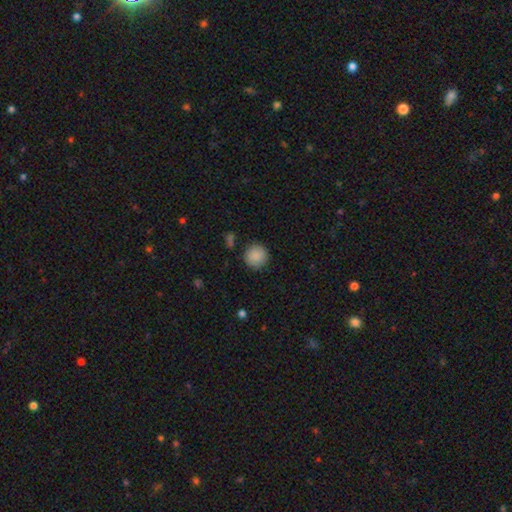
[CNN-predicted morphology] The model was most divided on "smooth or featured": smooth: 89%, star or artifact: 8%, featured or disk: 3%. More confident: how rounded — round (93%); merging — none (89%).